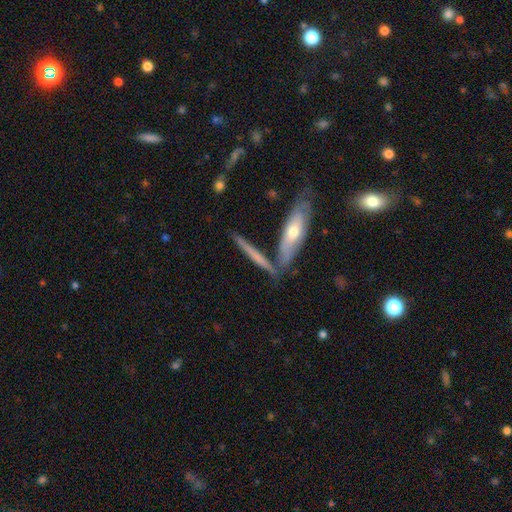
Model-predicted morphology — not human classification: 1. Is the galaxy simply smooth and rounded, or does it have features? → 47% smooth, 45% featured or disk, 7% star or artifact.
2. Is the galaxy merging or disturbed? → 70% none, 15% merger, 12% minor disturbance, 3% major disturbance.